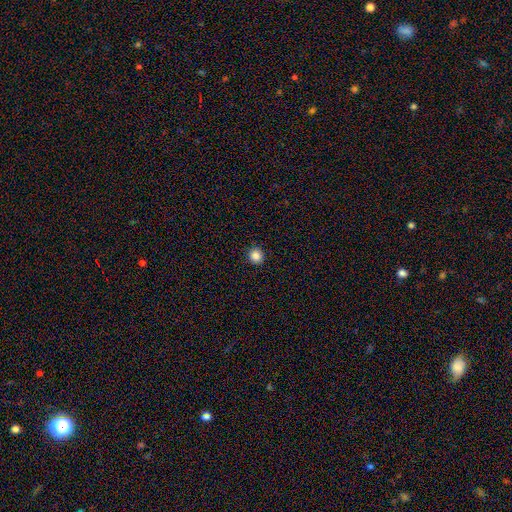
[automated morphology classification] Overall: smooth (86%). How rounded: round (92%). Merging: none (92%).